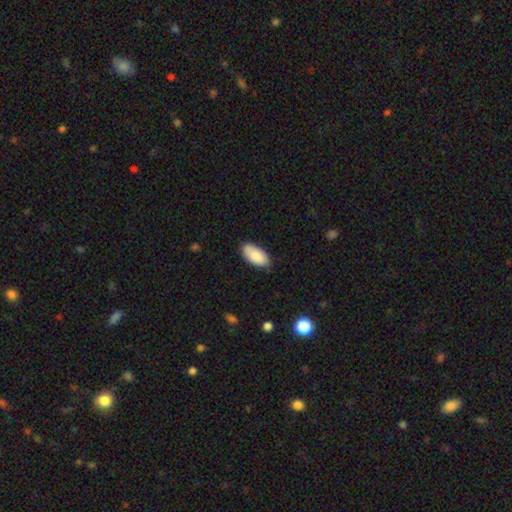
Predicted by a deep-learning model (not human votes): smooth-or-featured: smooth: 87% | featured or disk: 7% | star or artifact: 6%
  how-rounded: in between: 93% | cigar-shaped: 5% | round: 2%
  merging: none: 81% | minor disturbance: 15% | major disturbance: 2% | merger: 1%